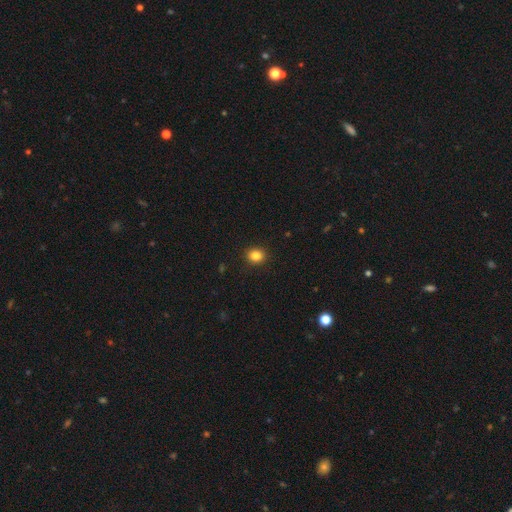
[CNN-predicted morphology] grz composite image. It shows a smooth galaxy with no disk features (85%) that is round (71%). Merging: none (91%).